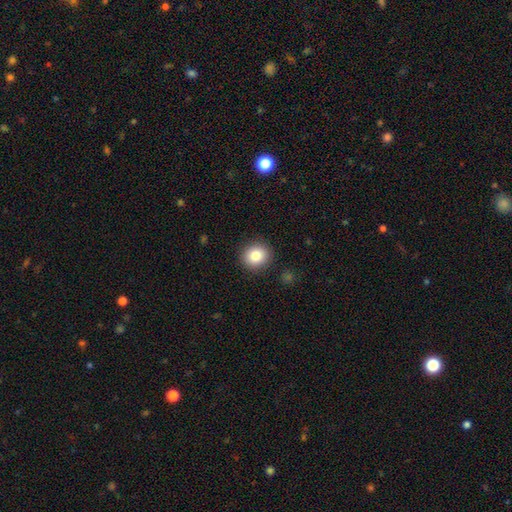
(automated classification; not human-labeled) smooth-or-featured: smooth: 83% | star or artifact: 10% | featured or disk: 7%
  how-rounded: round: 87% | in between: 12% | cigar-shaped: 1%
  merging: none: 90% | minor disturbance: 6% | major disturbance: 2% | merger: 1%